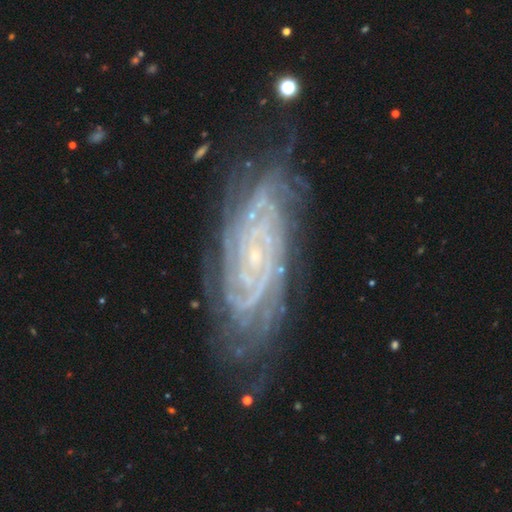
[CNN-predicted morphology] A featured or disk galaxy (89%) with no bar (72%), can't tell (22%, tied with more than 4) tight (82%) spiral arms (98%) and a small central bulge (88%).

Vote fractions:
- Smooth or featured? featured or disk: 89% / star or artifact: 6% / smooth: 5%
- Edge-on disk? no: 94% / yes: 6%
- Bar? no: 72% / weak: 18% / strong: 9%
- Spiral arms? yes: 98% / no: 2%
- Spiral winding? tight: 82% / medium: 15% / loose: 3%
- Spiral arm count? can't tell: 22% (tied) / more than 4: 22% (tied) / 4: 20% / 2: 14% / 3: 14% / 1: 8%
- Bulge size? small: 88% / moderate: 7% / none: 3% / large: 1% / dominant: 1%
- Merging? none: 77% / minor disturbance: 16% / major disturbance: 5% / merger: 2%